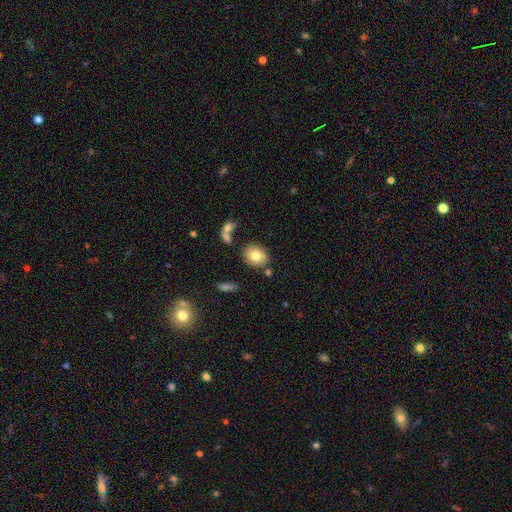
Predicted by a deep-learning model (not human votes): A smooth galaxy with no disk features (77%) that is round (63%).

Vote fractions:
- Smooth or featured? smooth: 77% / featured or disk: 14% / star or artifact: 9%
- How rounded? round: 63% / in between: 35% / cigar-shaped: 1%
- Merging? none: 74% / minor disturbance: 12% / merger: 10% / major disturbance: 4%